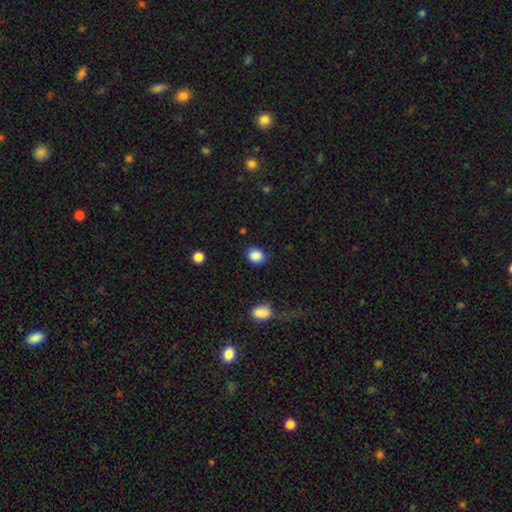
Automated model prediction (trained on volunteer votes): This is clearly a smooth galaxy (88%). How rounded: likely round (67%). Merging: clearly none (81%).